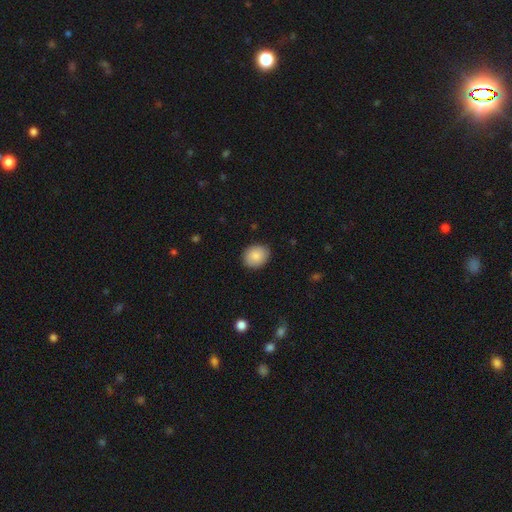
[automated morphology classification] A smooth galaxy with no disk features (86%) that is round (62%).

Vote fractions:
- Smooth or featured? smooth: 86% / star or artifact: 7% / featured or disk: 6%
- How rounded? round: 62% / in between: 37% / cigar-shaped: 1%
- Merging? none: 87% / minor disturbance: 10% / major disturbance: 2% / merger: 1%